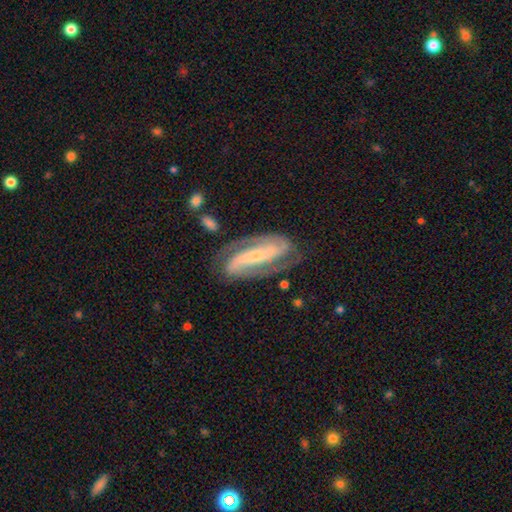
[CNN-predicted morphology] This appears to be a featured or disk galaxy (88%) with a strong bar (62%), 2 (90%) medium (44%) spiral arms (97%) and a small central bulge (70%). Merging: none (77%).